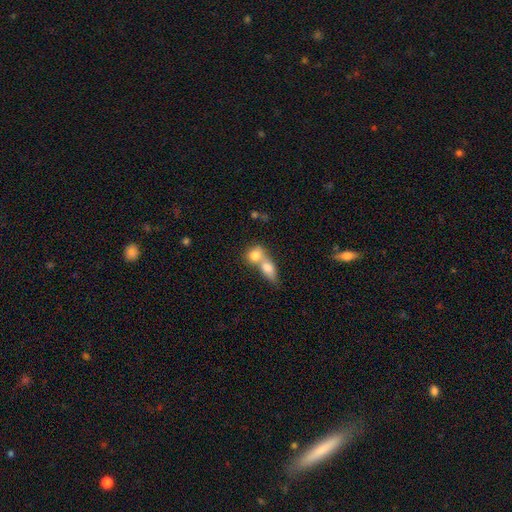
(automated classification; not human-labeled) The model was most divided on "how rounded": in between: 49%, round: 47%, cigar-shaped: 4%. More confident: smooth or featured — smooth (78%); merging — merger (70%).